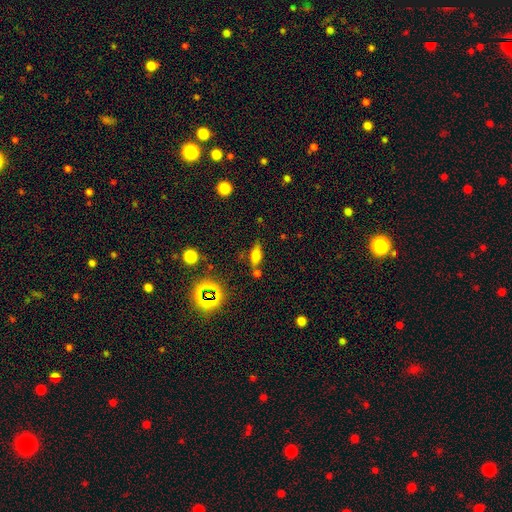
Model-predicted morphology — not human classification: The model was most divided on "smooth or featured": smooth: 59%, featured or disk: 26%, star or artifact: 15%. More confident: how rounded — in between (68%); merging — none (64%).